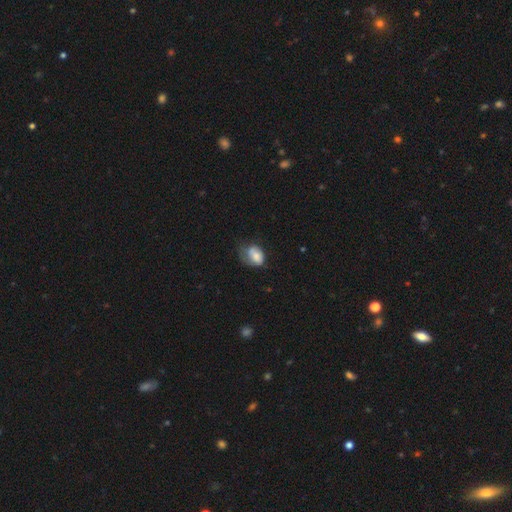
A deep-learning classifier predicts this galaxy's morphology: type=smooth (67%); roundness=in between (75%); merging=minor disturbance (35%).